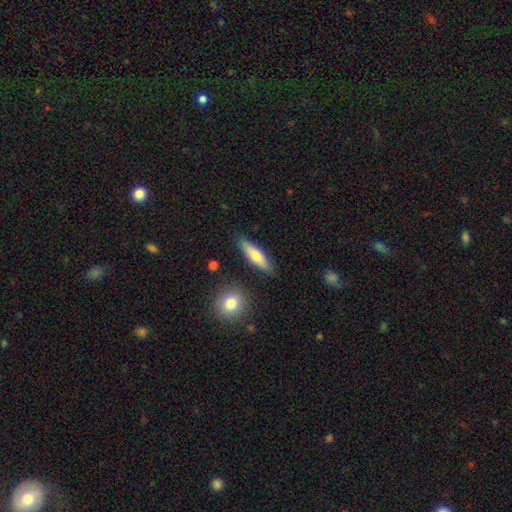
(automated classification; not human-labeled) Smooth or featured? Predicted: smooth (p=0.67). How rounded? Predicted: cigar-shaped (p=0.63). Merging? Predicted: none (p=0.84).